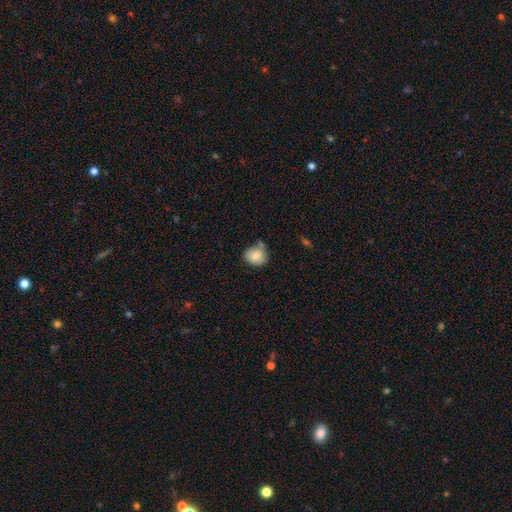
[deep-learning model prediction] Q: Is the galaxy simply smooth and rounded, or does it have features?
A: smooth — 79%.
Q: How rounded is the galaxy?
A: round — 67%.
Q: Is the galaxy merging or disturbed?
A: none — 55%.